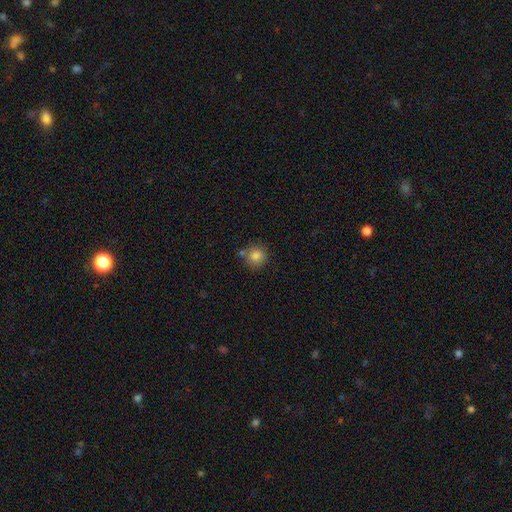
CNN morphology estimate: This appears to be a smooth galaxy with no disk features (83%) that is round (90%). Merging: none (71%).